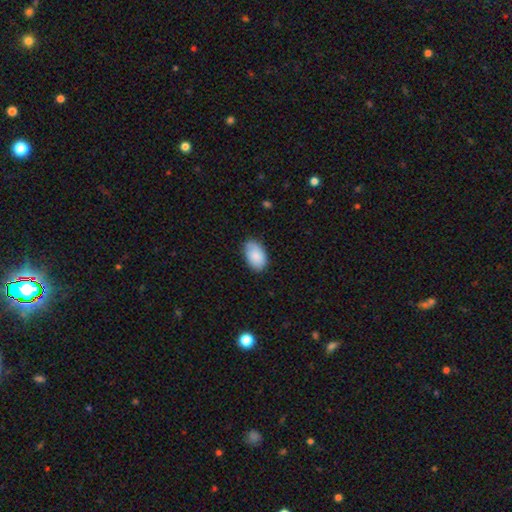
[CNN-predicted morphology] This appears to be a smooth galaxy with no disk features (87%) that is in between round and cigar-shaped (91%). Merging: none (78%).